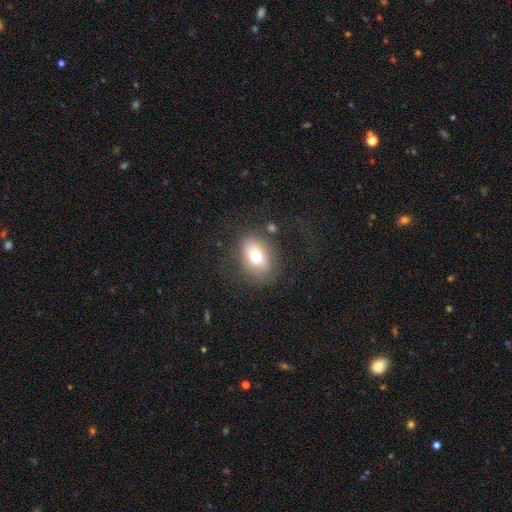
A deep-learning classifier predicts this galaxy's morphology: smooth-or-featured: smooth: 73% | featured or disk: 18% | star or artifact: 10%
  how-rounded: in between: 78% | round: 20% | cigar-shaped: 1%
  merging: none: 74% | minor disturbance: 15% | major disturbance: 8% | merger: 3%